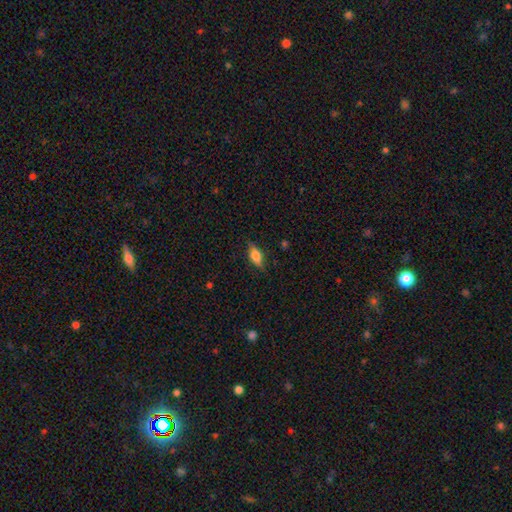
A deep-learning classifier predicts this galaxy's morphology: Smooth or featured: smooth — 74% (featured or disk — 18%)
How rounded: in between — 81% (cigar-shaped — 14%)
Merging: none — 78% (minor disturbance — 17%)